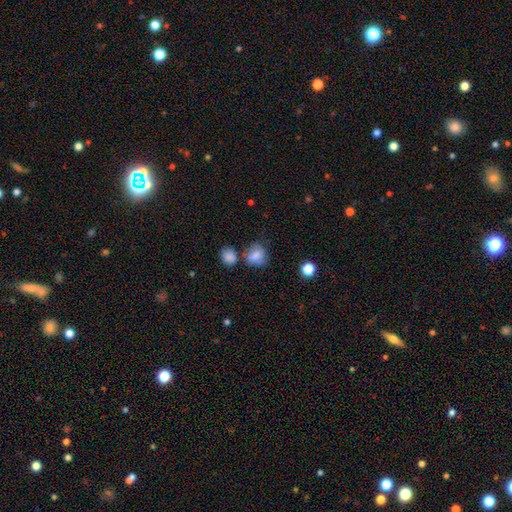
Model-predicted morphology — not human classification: Smooth or featured? Predicted: smooth (p=0.77). How rounded? Predicted: round (p=0.59). Merging? Predicted: none (p=0.51).